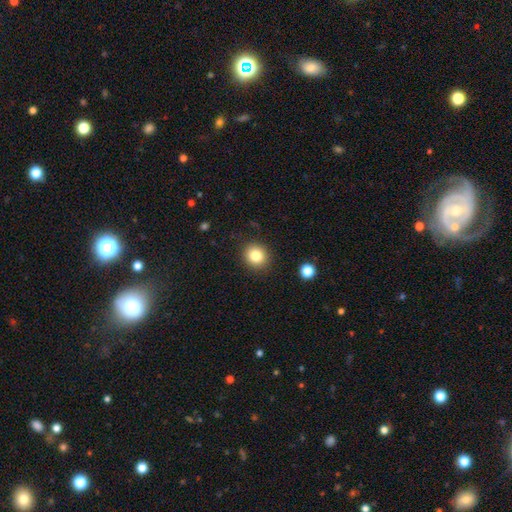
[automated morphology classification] smooth-or-featured: smooth: 82% | star or artifact: 11% | featured or disk: 7%
  how-rounded: round: 83% | in between: 16% | cigar-shaped: 1%
  merging: none: 90% | minor disturbance: 7% | major disturbance: 2% | merger: 1%